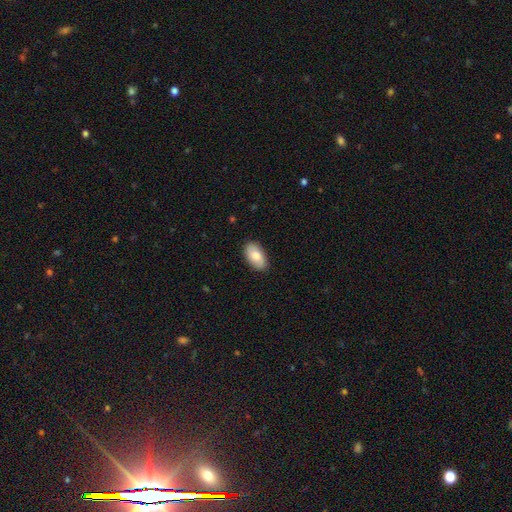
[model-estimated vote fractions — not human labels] Overall: smooth (81%). How rounded: in between (95%). Merging: none (88%).